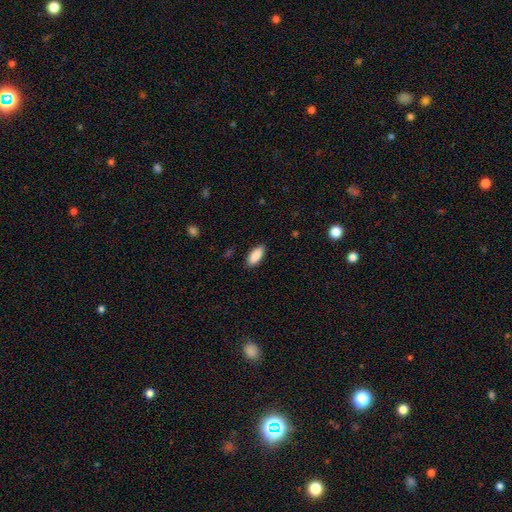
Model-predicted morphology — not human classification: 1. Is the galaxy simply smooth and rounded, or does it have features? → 90% smooth, 6% star or artifact, 4% featured or disk.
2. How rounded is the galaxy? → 82% in between, 16% cigar-shaped, 2% round.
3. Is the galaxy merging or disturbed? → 88% none, 9% minor disturbance, 2% major disturbance, 1% merger.